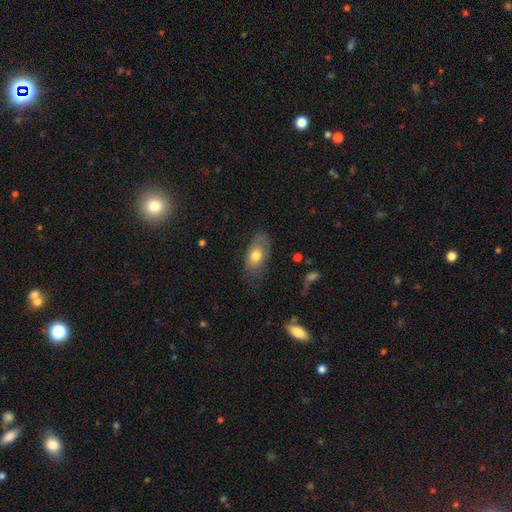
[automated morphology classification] type=smooth (71%); roundness=in between (90%); merging=none (65%).